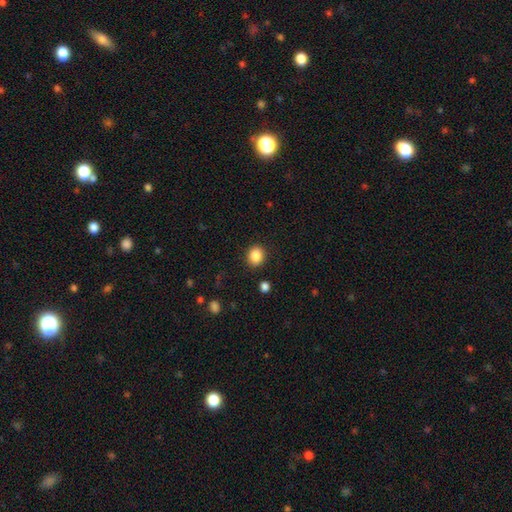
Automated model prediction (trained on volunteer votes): smooth_or_featured: smooth (p=0.86) [alt: star or artifact p=0.10]
how_rounded: round (p=0.70) [alt: in between p=0.29]
merging: none (p=0.89) [alt: minor disturbance p=0.07]